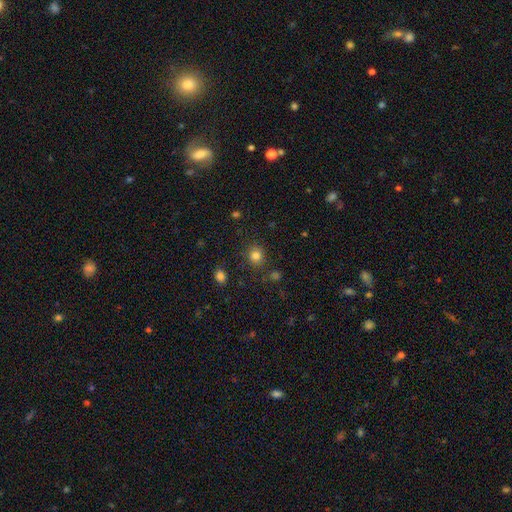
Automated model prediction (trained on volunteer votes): Overall: smooth (82%). How rounded: round (85%). Merging: none (85%).